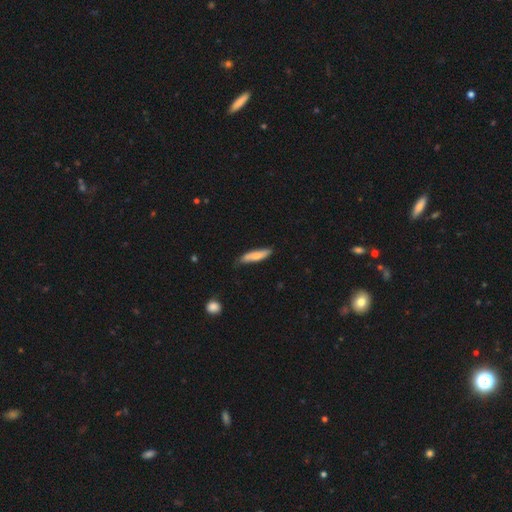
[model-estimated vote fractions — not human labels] A smooth galaxy with no disk features (75%) that is cigar-shaped (78%). Merging: none (72%).